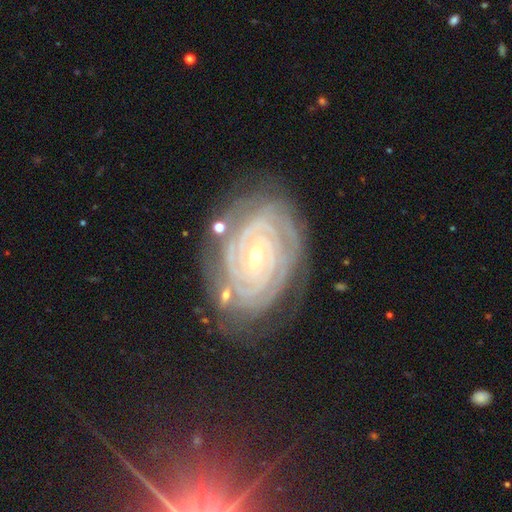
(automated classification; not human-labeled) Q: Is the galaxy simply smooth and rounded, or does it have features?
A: featured or disk — 91%.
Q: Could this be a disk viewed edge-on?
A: no — 97%.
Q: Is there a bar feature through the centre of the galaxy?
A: no — 51%.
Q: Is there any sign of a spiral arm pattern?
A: yes — 98%.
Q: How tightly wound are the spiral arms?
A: tight — 88%.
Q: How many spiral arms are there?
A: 2 — 27%.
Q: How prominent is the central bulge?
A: small — 69%.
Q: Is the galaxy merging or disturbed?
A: none — 75%.